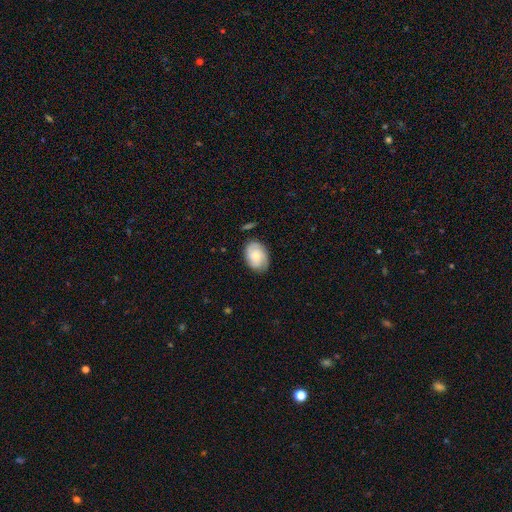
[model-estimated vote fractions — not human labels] A featured or disk galaxy (51%).

Vote fractions:
- Smooth or featured? featured or disk: 51% / smooth: 42% / star or artifact: 7%
- Edge-on disk? no: 97% / yes: 3%
- Merging? none: 76% / minor disturbance: 18% / major disturbance: 4% / merger: 2%